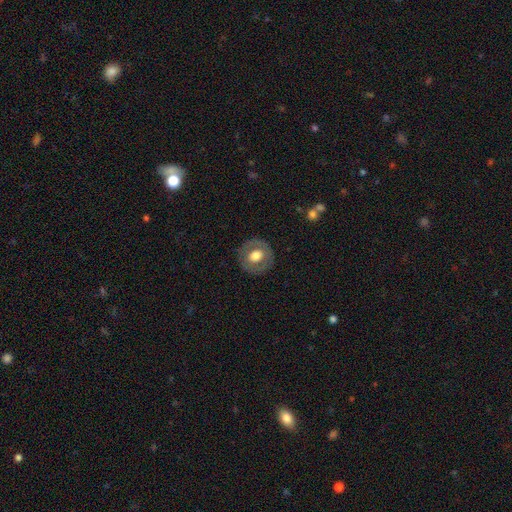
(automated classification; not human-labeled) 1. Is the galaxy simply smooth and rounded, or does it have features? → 54% smooth, 39% featured or disk, 7% star or artifact.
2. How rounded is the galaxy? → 86% round, 13% in between, 1% cigar-shaped.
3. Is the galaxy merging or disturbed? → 86% none, 10% minor disturbance, 4% major disturbance, 1% merger.